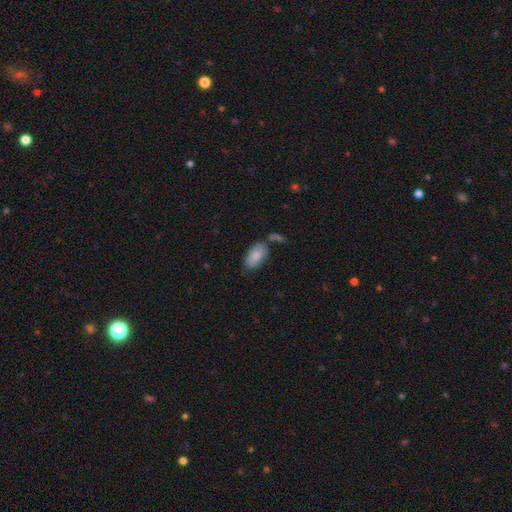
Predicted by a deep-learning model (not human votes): A smooth galaxy with no disk features (84%) that is in between round and cigar-shaped (94%).

Vote fractions:
- Smooth or featured? smooth: 84% / featured or disk: 10% / star or artifact: 6%
- How rounded? in between: 94% / round: 3% / cigar-shaped: 3%
- Merging? none: 64% / minor disturbance: 20% / merger: 11% / major disturbance: 5%